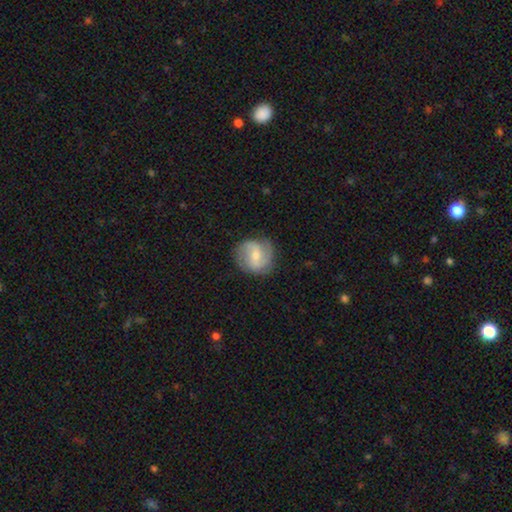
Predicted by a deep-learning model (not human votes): Smooth or featured?
  - featured or disk: 63% *
  - smooth: 31%
  - star or artifact: 6%
Edge-on disk?
  - no: 98% *
  - yes: 2%
Bar?
  - weak: 56% *
  - no: 26%
  - strong: 18%
Spiral arms?
  - yes: 90% *
  - no: 10%
Spiral winding?
  - medium: 46% *
  - loose: 31%
  - tight: 23%
Spiral arm count?
  - 2: 70% *
  - can't tell: 12%
  - 3: 9%
  - 1: 5%
  - 4: 2%
  - more than 4: 2%
Bulge size?
  - small: 48% *
  - moderate: 44%
  - none: 4%
  - large: 3%
  - dominant: 1%
Merging?
  - none: 78% *
  - minor disturbance: 15%
  - major disturbance: 6%
  - merger: 1%